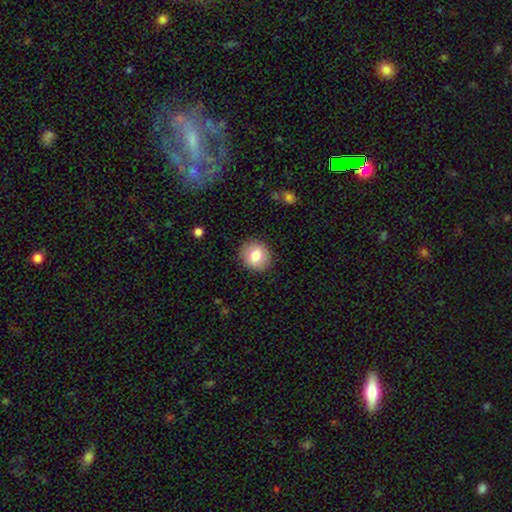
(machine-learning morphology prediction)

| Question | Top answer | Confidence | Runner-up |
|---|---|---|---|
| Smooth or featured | smooth | 79% | featured or disk (13%) |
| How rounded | round | 80% | in between (19%) |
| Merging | none | 89% | minor disturbance (8%) |